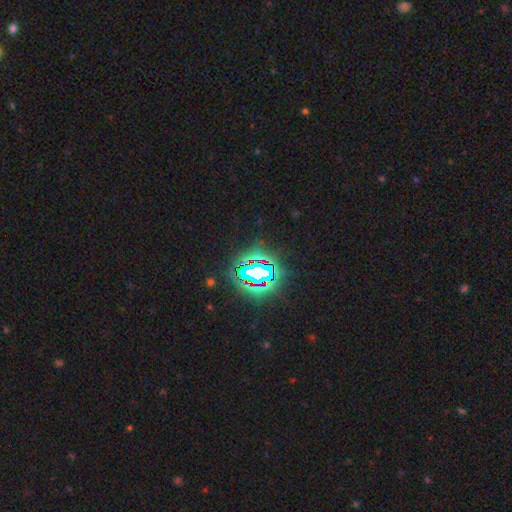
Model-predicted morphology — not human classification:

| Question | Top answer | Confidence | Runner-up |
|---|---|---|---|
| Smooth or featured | star or artifact | 82% | smooth (11%) |